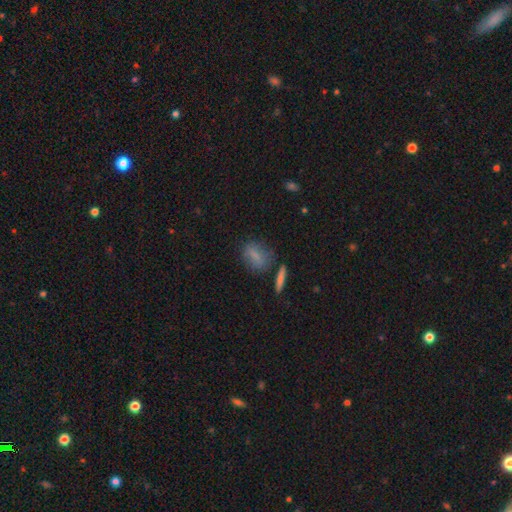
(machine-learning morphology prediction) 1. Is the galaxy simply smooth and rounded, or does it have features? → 71% smooth, 18% featured or disk, 11% star or artifact.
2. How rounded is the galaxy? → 59% in between, 28% round, 13% cigar-shaped.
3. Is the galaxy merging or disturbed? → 65% none, 19% minor disturbance, 8% major disturbance, 7% merger.